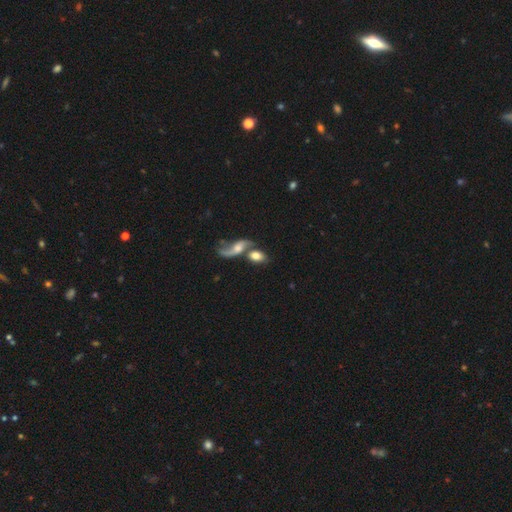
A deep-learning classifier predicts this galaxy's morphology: Overall: smooth (59%; featured or disk 32%). How rounded: in between (76%). Merging: merger (48%; none 34%).